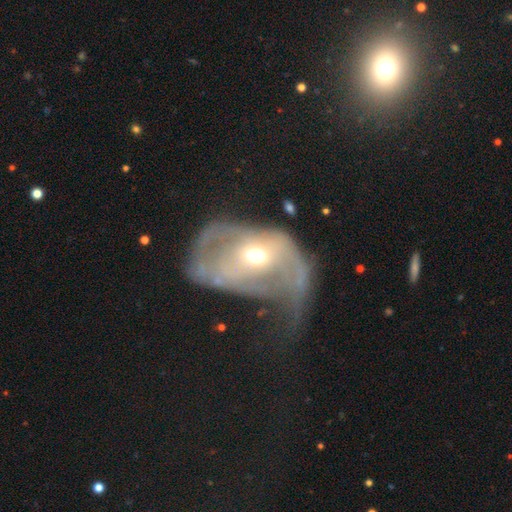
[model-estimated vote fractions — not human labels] This is likely a featured or disk galaxy (70%). It is clearly not viewed edge-on (94%). Bar: possibly no (60%). Spiral arm pattern: possibly yes (56%). Central bulge: likely moderate (69%). Merging: possibly major disturbance (56%).